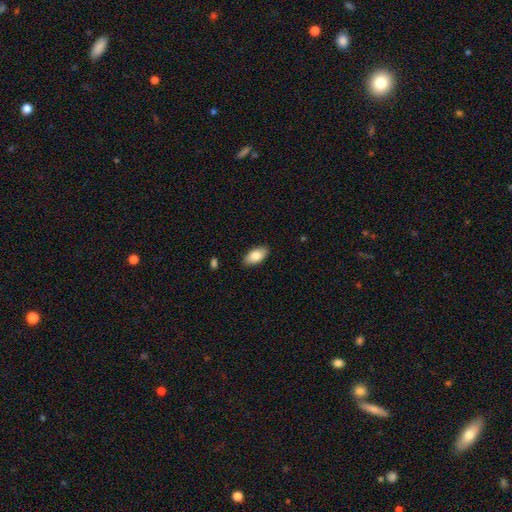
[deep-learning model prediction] smooth 83%, featured or disk 10%, star or artifact 6%. Down the decision tree: how rounded — in between (94%); merging — none (88%).